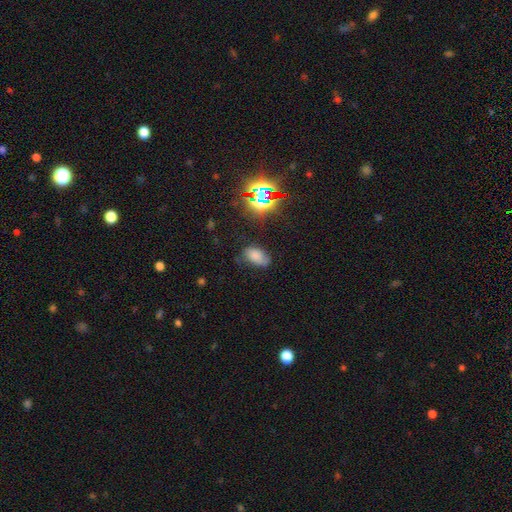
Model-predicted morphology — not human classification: smooth_or_featured: smooth (p=0.67) [alt: star or artifact p=0.20]
how_rounded: in between (p=0.91) [alt: round p=0.07]
merging: none (p=0.61) [alt: minor disturbance p=0.27]